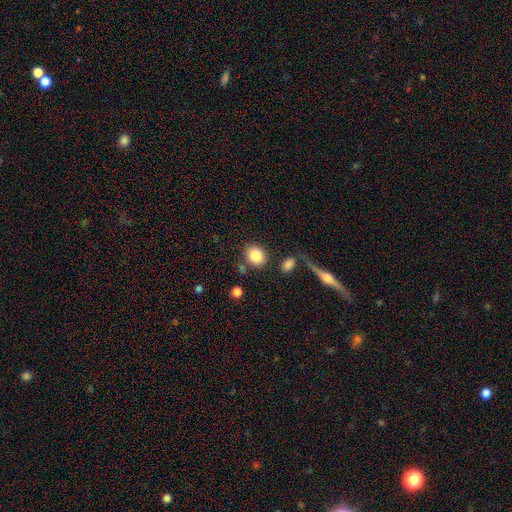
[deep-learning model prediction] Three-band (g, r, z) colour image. It shows a smooth galaxy with no disk features (86%) that is round (63%). Merging: none (76%).